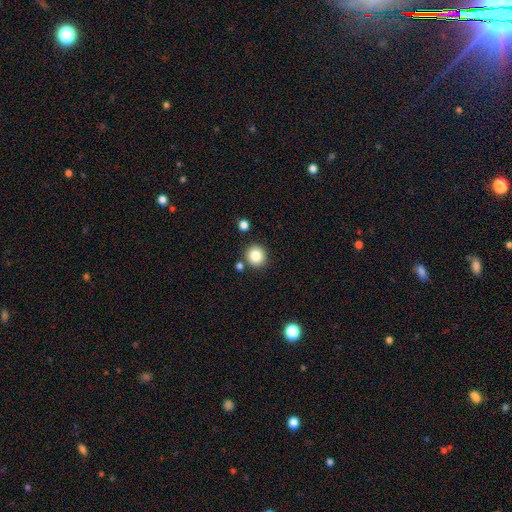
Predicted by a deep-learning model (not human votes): Smooth or featured?
  - smooth: 84% *
  - star or artifact: 10%
  - featured or disk: 6%
How rounded?
  - round: 92% *
  - in between: 7%
  - cigar-shaped: 1%
Merging?
  - none: 85% *
  - minor disturbance: 7%
  - merger: 6%
  - major disturbance: 2%